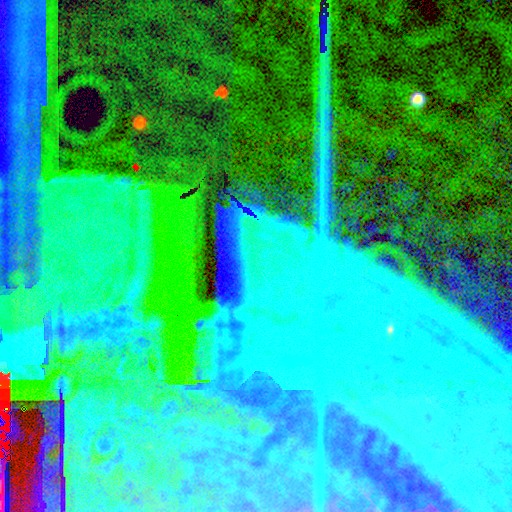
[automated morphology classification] This is clearly a star or artifact rather than a galaxy (85%).